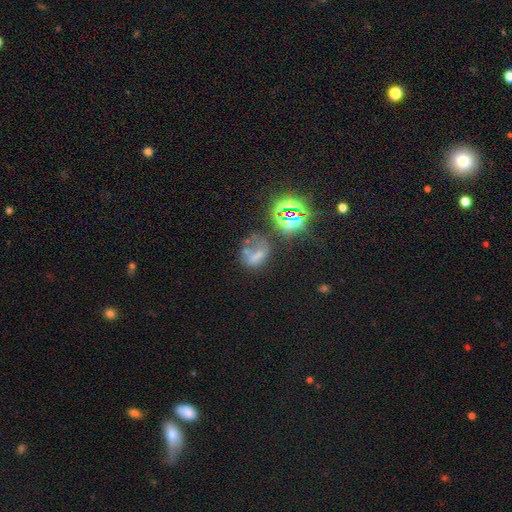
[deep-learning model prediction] This appears to be a smooth galaxy with no disk features (41%). Merging: major disturbance (31%).